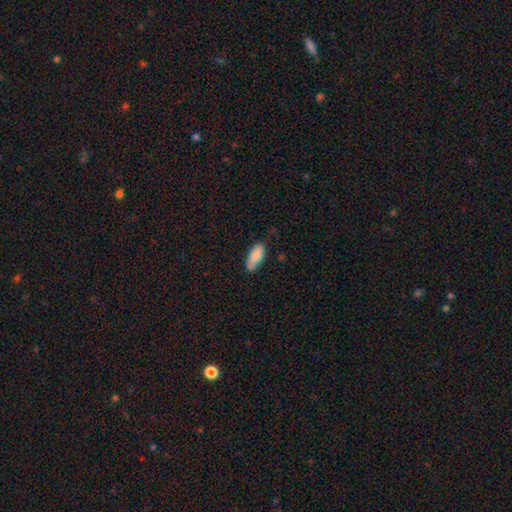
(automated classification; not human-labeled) This is clearly a smooth galaxy (86%). How rounded: clearly in between (84%). Merging: likely none (73%).